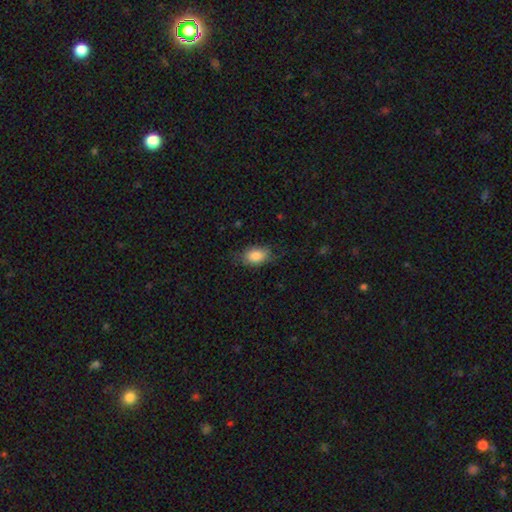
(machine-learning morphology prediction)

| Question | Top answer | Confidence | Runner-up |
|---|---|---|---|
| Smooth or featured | smooth | 83% | featured or disk (10%) |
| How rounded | in between | 87% | round (11%) |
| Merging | none | 67% | minor disturbance (23%) |